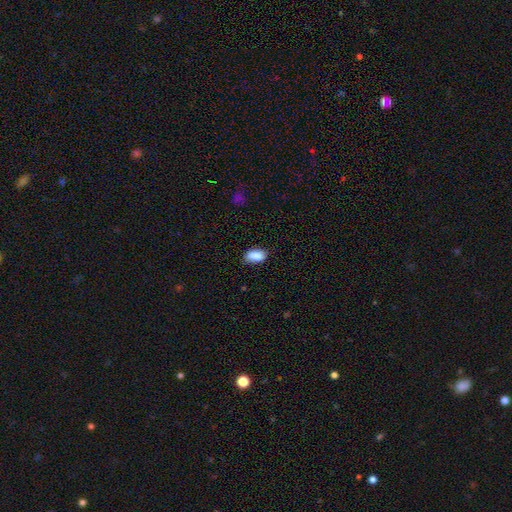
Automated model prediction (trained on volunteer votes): smooth-or-featured: smooth: 89% | star or artifact: 7% | featured or disk: 4%
  how-rounded: in between: 91% | round: 5% | cigar-shaped: 4%
  merging: none: 77% | minor disturbance: 19% | major disturbance: 3% | merger: 1%